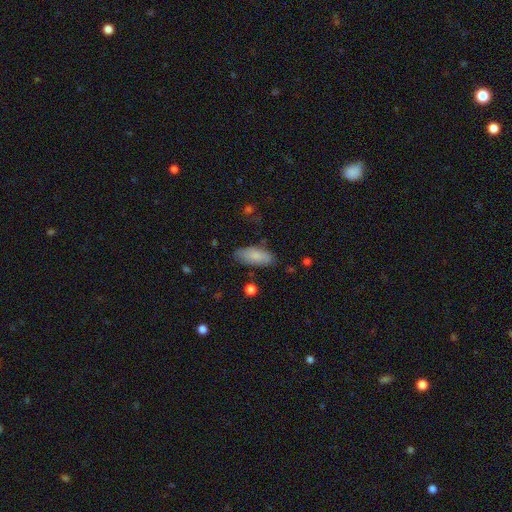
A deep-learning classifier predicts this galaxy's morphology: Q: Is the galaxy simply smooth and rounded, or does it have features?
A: smooth — 84%.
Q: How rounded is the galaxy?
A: in between — 81%.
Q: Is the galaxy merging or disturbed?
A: none — 78%.